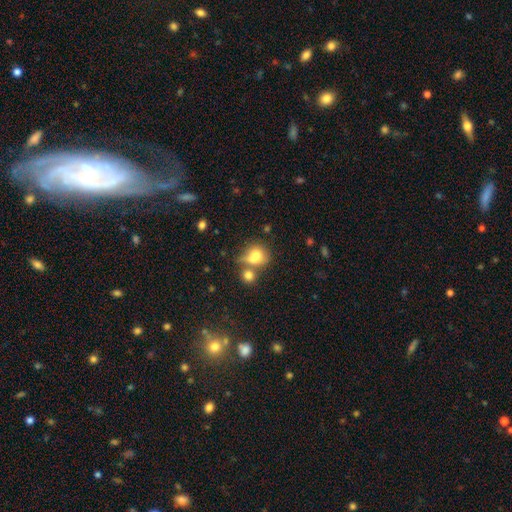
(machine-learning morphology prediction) Smooth or featured? Predicted: smooth (p=0.75). How rounded? Predicted: round (p=0.65). Merging? Predicted: merger (p=0.44).